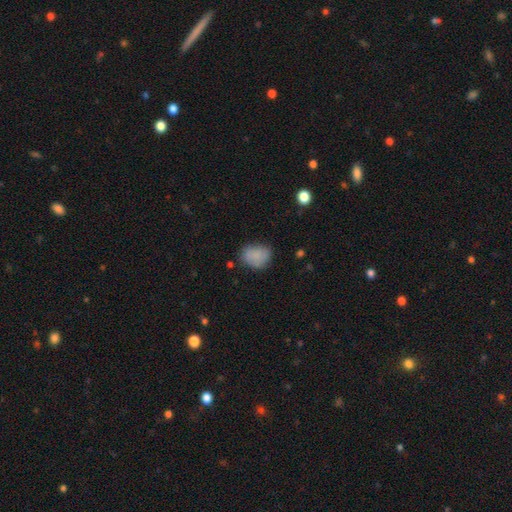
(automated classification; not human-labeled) This appears to be a smooth galaxy with no disk features (80%) that is in between round and cigar-shaped (56%). Merging: none (65%).